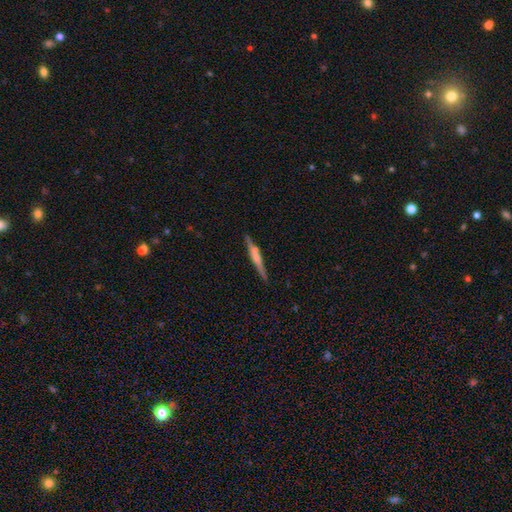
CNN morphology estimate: A featured or disk galaxy (53%) viewed edge-on (97%) with a rounded central bulge (39%). Merging: none (84%).